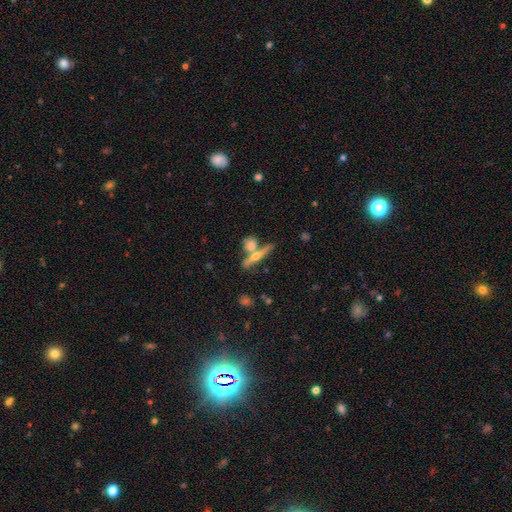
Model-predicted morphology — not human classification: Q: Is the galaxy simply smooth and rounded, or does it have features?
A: featured or disk — 59%.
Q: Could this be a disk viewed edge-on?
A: yes — 93%.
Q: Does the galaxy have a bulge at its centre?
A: rounded — 90%.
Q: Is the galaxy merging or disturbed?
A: none — 61%.